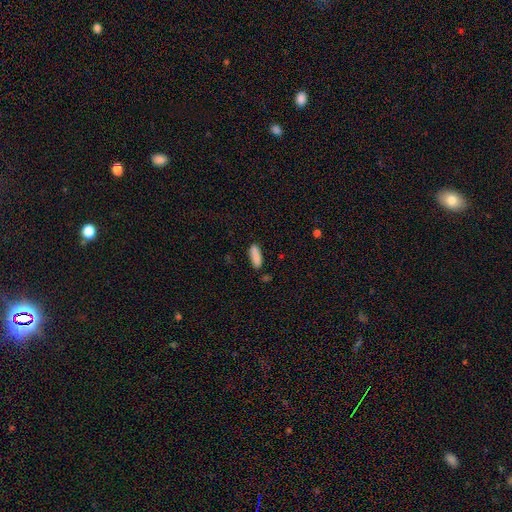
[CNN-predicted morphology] smooth 88%, star or artifact 7%, featured or disk 5%. Down the decision tree: how rounded — in between (59%); merging — none (84%).